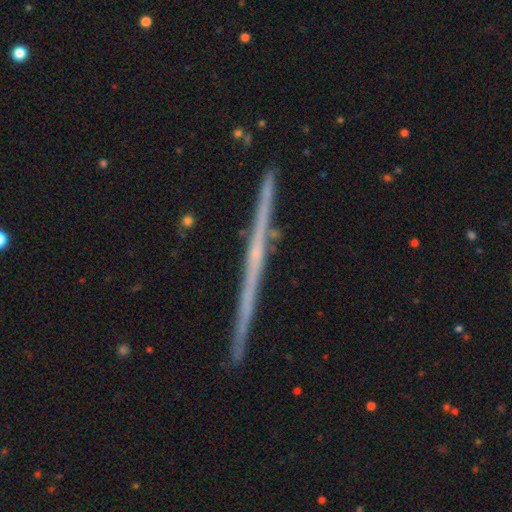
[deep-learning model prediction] smooth_or_featured: featured or disk (p=0.73) [alt: smooth p=0.17]
disk_edge_on: yes (p=0.98) [alt: no p=0.02]
edge_on_bulge: none (p=0.76) [alt: rounded p=0.18]
merging: none (p=0.90) [alt: minor disturbance p=0.07]